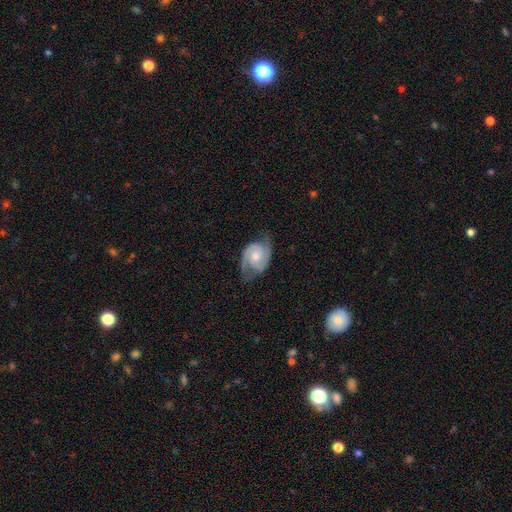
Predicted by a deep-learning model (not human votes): Q: Smooth or featured?
A: featured or disk (86%); runner-up: smooth (9%)
Q: Edge-on disk?
A: no (98%); runner-up: yes (2%)
Q: Bar?
A: no (63%); runner-up: weak (31%)
Q: Spiral arms?
A: yes (97%); runner-up: no (3%)
Q: Spiral winding?
A: medium (51%); runner-up: tight (31%)
Q: Spiral arm count?
A: 2 (92%); runner-up: can't tell (3%)
Q: Bulge size?
A: moderate (62%); runner-up: small (29%)
Q: Merging?
A: none (72%); runner-up: minor disturbance (19%)